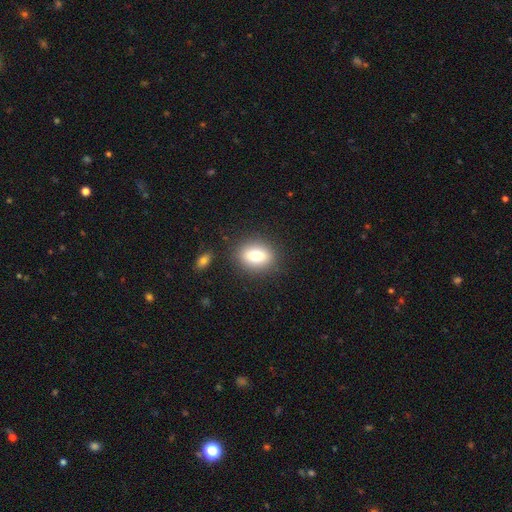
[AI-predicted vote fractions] Smooth or featured? Predicted: smooth (p=0.78). How rounded? Predicted: in between (p=0.65). Merging? Predicted: none (p=0.86).